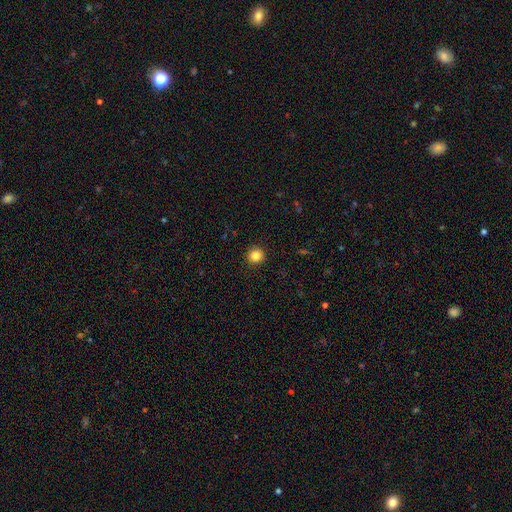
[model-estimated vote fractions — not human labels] Morphology: type=smooth (84%); roundness=round (94%); merging=none (93%).